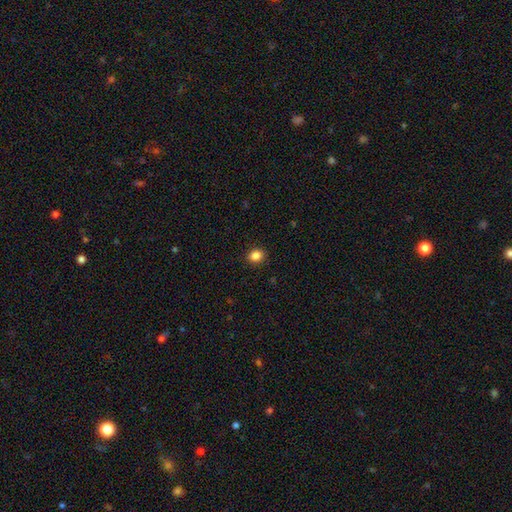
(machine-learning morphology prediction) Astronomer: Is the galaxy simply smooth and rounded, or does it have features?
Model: smooth — 86%.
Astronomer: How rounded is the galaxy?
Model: round — 56% (runner-up: in between, 43%).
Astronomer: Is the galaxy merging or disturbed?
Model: none — 90%.